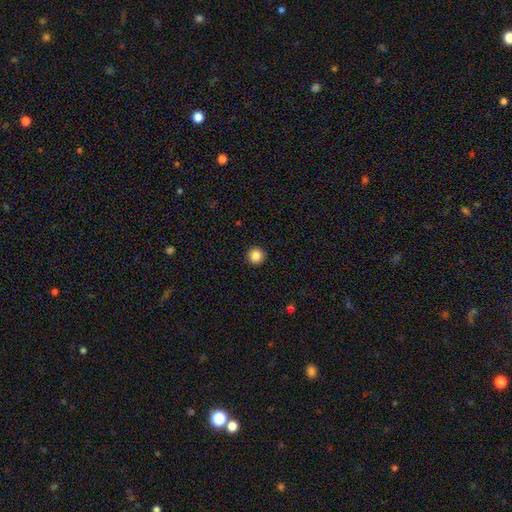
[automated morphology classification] smooth-or-featured: smooth: 86% | star or artifact: 10% | featured or disk: 4%
  how-rounded: round: 95% | in between: 4% | cigar-shaped: 1%
  merging: none: 93% | minor disturbance: 5% | major disturbance: 2% | merger: 1%